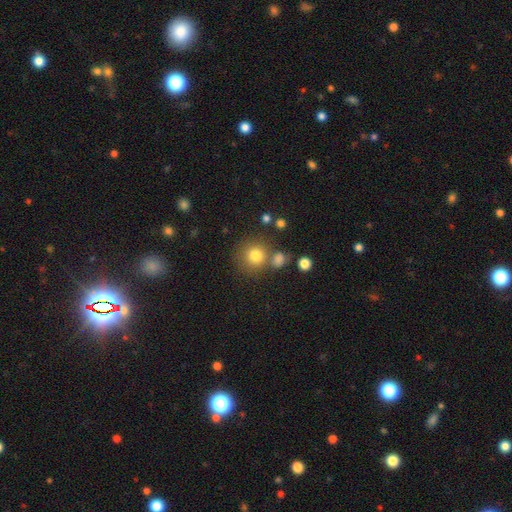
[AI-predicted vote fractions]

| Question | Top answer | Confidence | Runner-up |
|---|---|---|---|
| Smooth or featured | smooth | 79% | star or artifact (13%) |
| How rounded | round | 90% | in between (9%) |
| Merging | none | 69% | merger (16%) |